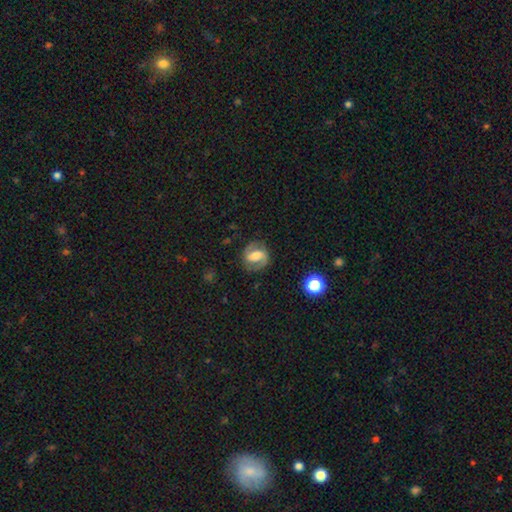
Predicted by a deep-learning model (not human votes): A featured or disk galaxy (74%) with a weak bar (44%), 2 (91%) medium (52%) spiral arms (91%) and a moderate central bulge (60%). Merging: none (83%).